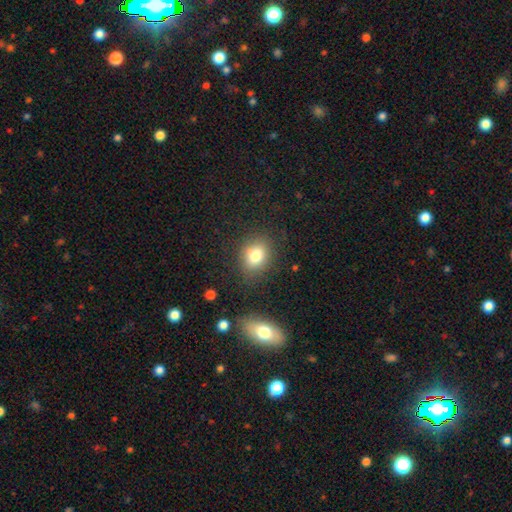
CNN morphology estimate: Smooth or featured?
  - smooth: 78% *
  - star or artifact: 12%
  - featured or disk: 10%
How rounded?
  - in between: 55% *
  - round: 44%
  - cigar-shaped: 2%
Merging?
  - none: 80% *
  - minor disturbance: 13%
  - major disturbance: 4%
  - merger: 3%